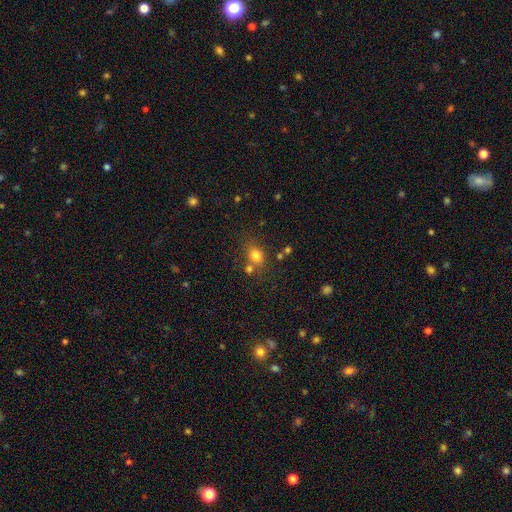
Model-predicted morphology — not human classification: smooth_or_featured: smooth (p=0.77) [alt: star or artifact p=0.14]
how_rounded: round (p=0.56) [alt: in between p=0.43]
merging: none (p=0.59) [alt: merger p=0.22]